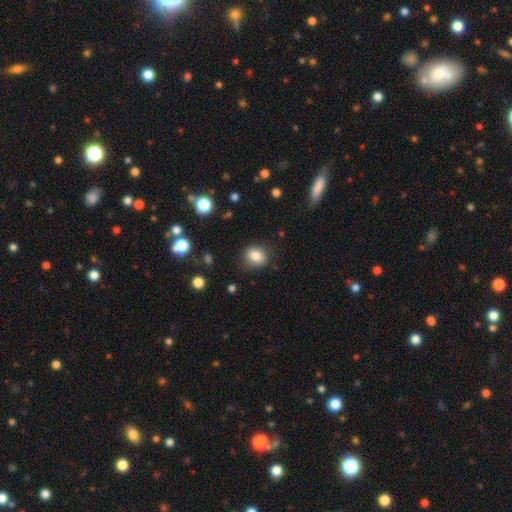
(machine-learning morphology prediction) A smooth galaxy with no disk features (82%) that is round (74%).

Vote fractions:
- Smooth or featured? smooth: 82% / star or artifact: 10% / featured or disk: 7%
- How rounded? round: 74% / in between: 25% / cigar-shaped: 1%
- Merging? none: 82% / minor disturbance: 13% / major disturbance: 3% / merger: 1%